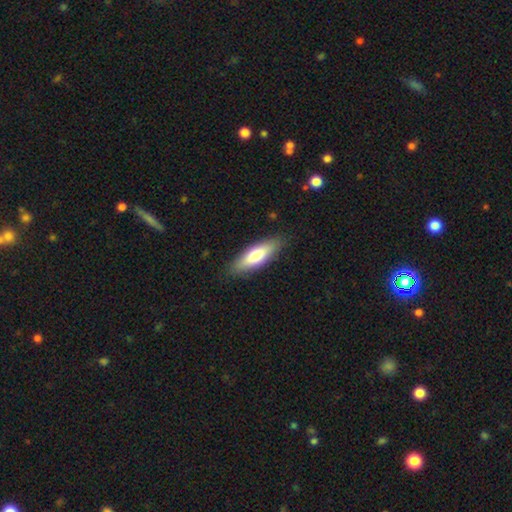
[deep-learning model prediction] Smooth or featured: smooth — 70% (featured or disk — 25%)
How rounded: in between — 53% (cigar-shaped — 45%)
Merging: none — 86% (minor disturbance — 10%)